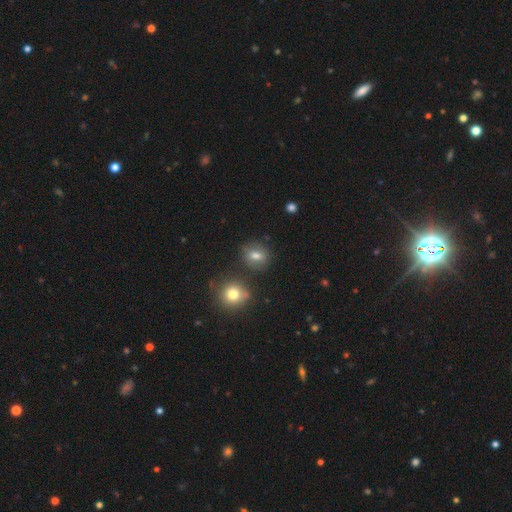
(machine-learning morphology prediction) Smooth or featured?
  - smooth: 71% *
  - featured or disk: 16%
  - star or artifact: 13%
How rounded?
  - round: 56% *
  - in between: 41%
  - cigar-shaped: 2%
Merging?
  - none: 77% *
  - minor disturbance: 12%
  - merger: 7%
  - major disturbance: 4%